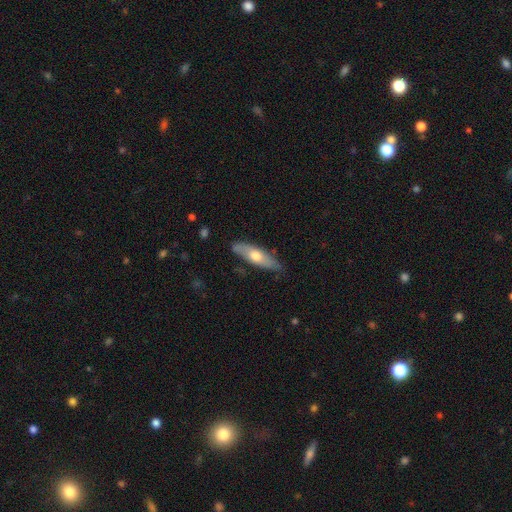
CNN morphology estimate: This is possibly a smooth galaxy (53%). How rounded: possibly cigar-shaped (58%). Merging: likely none (79%).